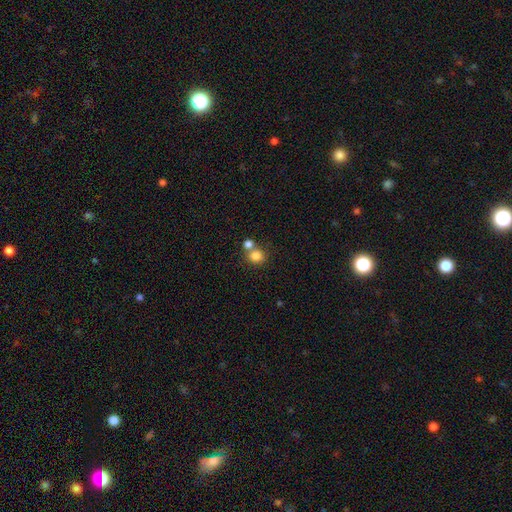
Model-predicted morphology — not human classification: This is clearly a smooth galaxy (81%). How rounded: clearly round (80%). Merging: possibly none (52%).